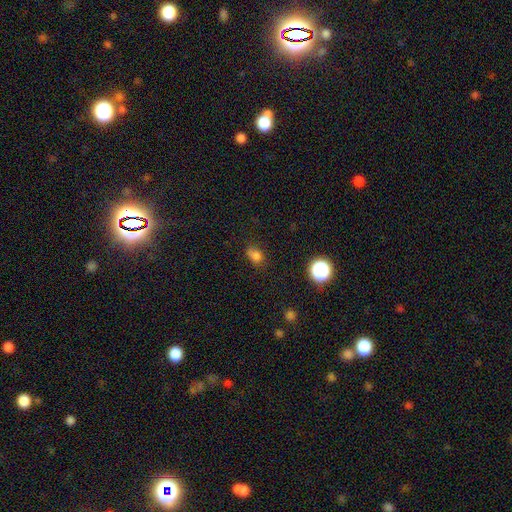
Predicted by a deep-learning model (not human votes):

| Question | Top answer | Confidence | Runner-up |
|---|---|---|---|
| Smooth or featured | smooth | 75% | star or artifact (17%) |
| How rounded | in between | 63% | round (35%) |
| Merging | none | 62% | minor disturbance (25%) |